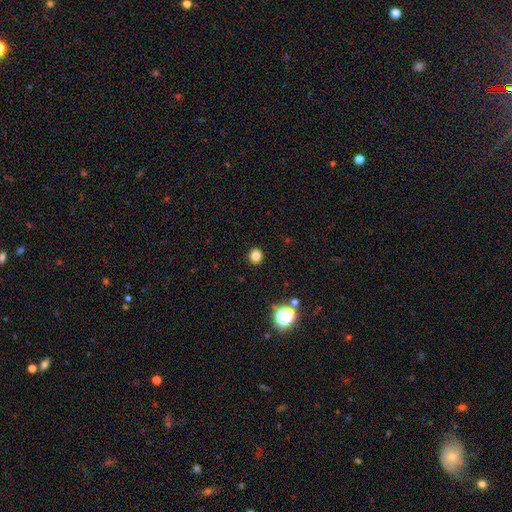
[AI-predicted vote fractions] A smooth galaxy with no disk features (81%) that is round (86%). Merging: none (91%).